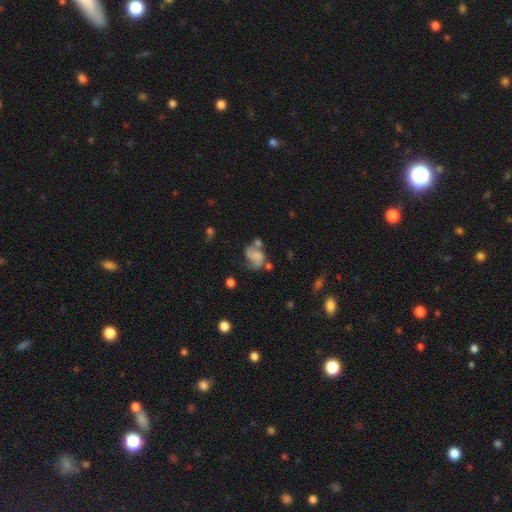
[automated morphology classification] The model was most divided on "merging": none: 30%, major disturbance: 26%, minor disturbance: 22%, merger: 21%. Remaining: smooth or featured — featured or disk (47%).